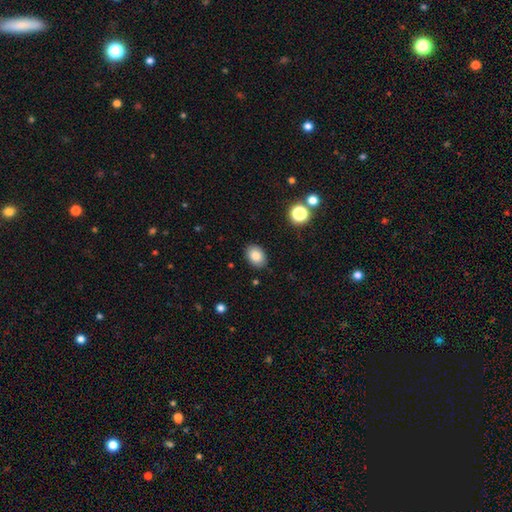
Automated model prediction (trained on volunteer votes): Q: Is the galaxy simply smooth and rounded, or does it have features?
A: smooth — 84%.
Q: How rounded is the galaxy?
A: in between — 71%.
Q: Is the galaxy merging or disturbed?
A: none — 87%.